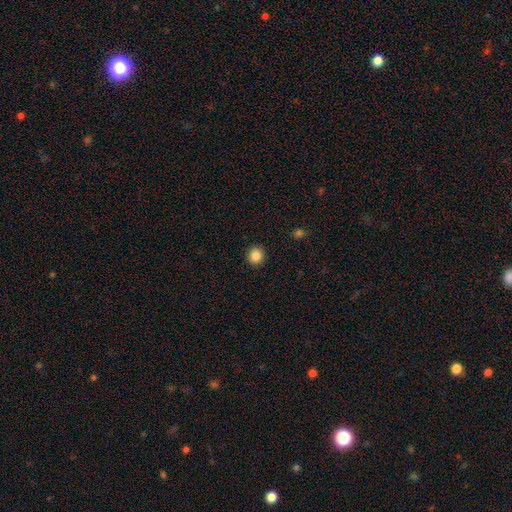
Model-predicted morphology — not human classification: Smooth or featured? Predicted: smooth (p=0.86). How rounded? Predicted: round (p=0.88). Merging? Predicted: none (p=0.92).